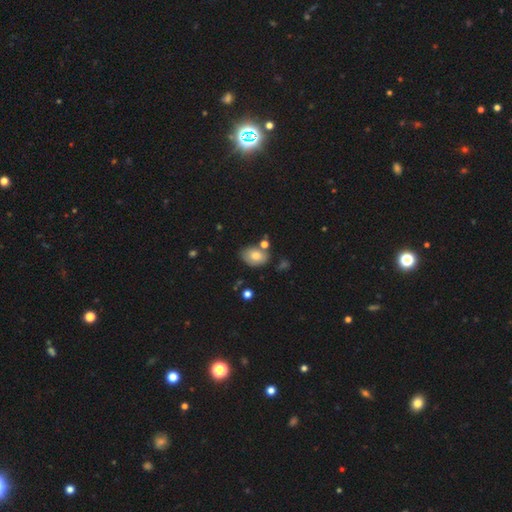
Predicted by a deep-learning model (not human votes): A smooth galaxy with no disk features (79%) that is in between round and cigar-shaped (79%).

Vote fractions:
- Smooth or featured? smooth: 79% / featured or disk: 13% / star or artifact: 8%
- How rounded? in between: 79% / round: 20% / cigar-shaped: 1%
- Merging? none: 62% / minor disturbance: 21% / merger: 12% / major disturbance: 5%